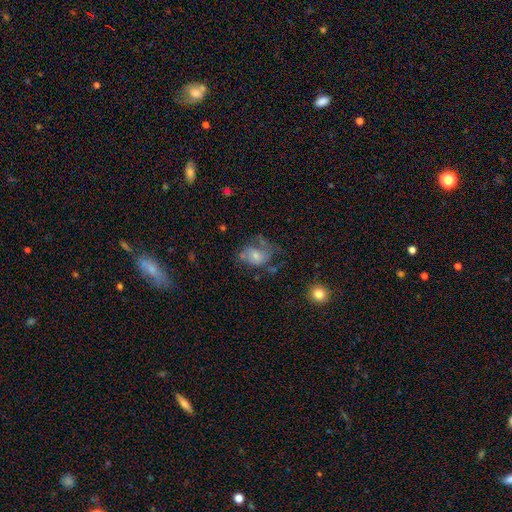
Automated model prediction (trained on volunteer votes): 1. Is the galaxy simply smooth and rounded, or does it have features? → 47% smooth, 43% featured or disk, 10% star or artifact.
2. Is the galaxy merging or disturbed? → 36% major disturbance, 30% none, 26% minor disturbance, 8% merger.